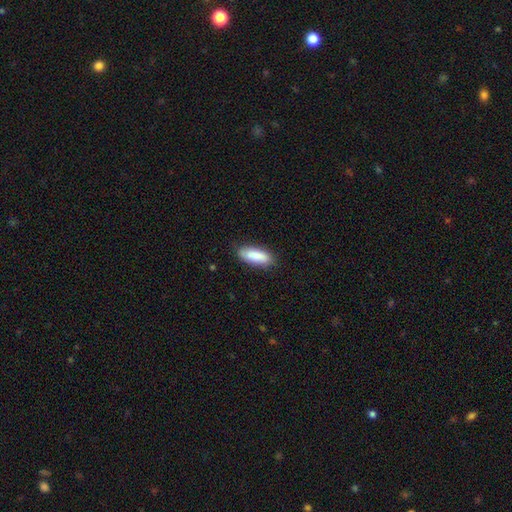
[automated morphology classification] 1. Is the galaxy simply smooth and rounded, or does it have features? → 86% smooth, 8% featured or disk, 6% star or artifact.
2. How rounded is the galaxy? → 67% in between, 31% cigar-shaped, 2% round.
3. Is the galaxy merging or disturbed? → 83% none, 14% minor disturbance, 3% major disturbance, 1% merger.